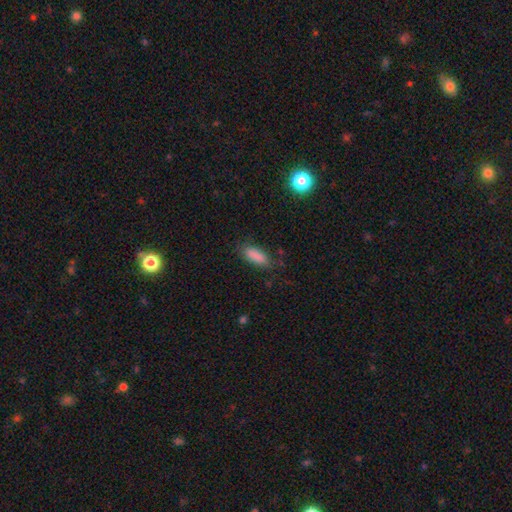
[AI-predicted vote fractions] smooth-or-featured: smooth: 87% | star or artifact: 8% | featured or disk: 5%
  how-rounded: in between: 72% | cigar-shaped: 25% | round: 2%
  merging: none: 77% | minor disturbance: 17% | major disturbance: 5% | merger: 2%